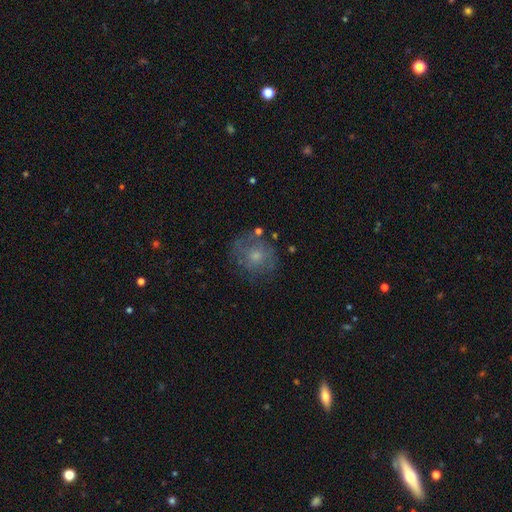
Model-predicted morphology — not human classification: type=smooth (48%); merging=none (68%).